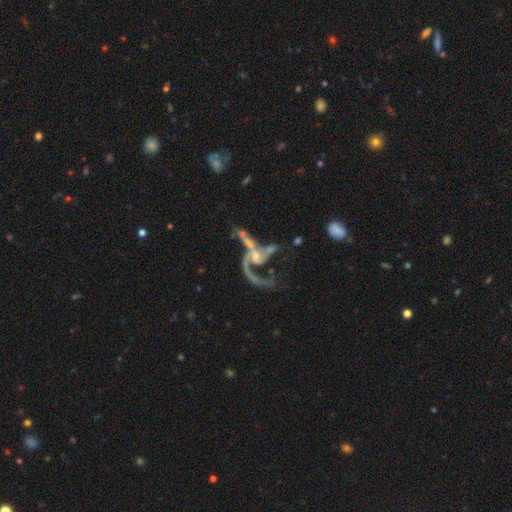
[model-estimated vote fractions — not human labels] smooth-or-featured: featured or disk: 83% | smooth: 9% | star or artifact: 8%
  disk-edge-on: no: 95% | yes: 5%
    bar: no: 59% | weak: 30% | strong: 11%
    has-spiral-arms: yes: 86% | no: 14%
      spiral-winding: loose: 70% | medium: 24% | tight: 6%
      spiral-arm-count: 2: 54% | 1: 30% | can't tell: 7% | 3: 5% | 4: 2% | more than 4: 2%
    bulge-size: small: 37% | moderate: 34% | none: 21% | large: 6% | dominant: 2%
  merging: merger: 37% | major disturbance: 33% | none: 21% | minor disturbance: 10%